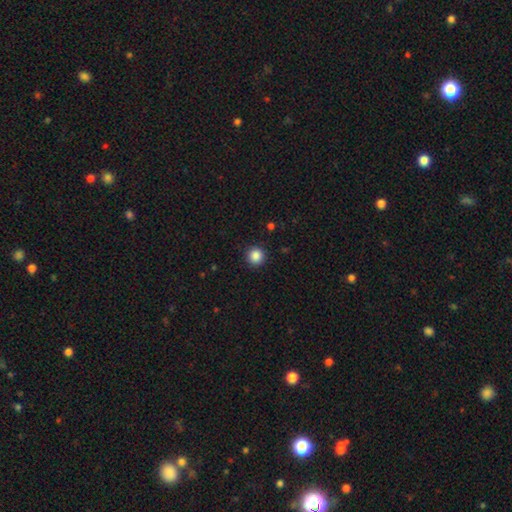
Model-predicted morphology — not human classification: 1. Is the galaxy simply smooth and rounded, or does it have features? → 87% smooth, 10% star or artifact, 3% featured or disk.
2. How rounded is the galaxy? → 95% round, 4% in between, 1% cigar-shaped.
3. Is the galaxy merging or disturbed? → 92% none, 5% minor disturbance, 2% major disturbance, 1% merger.